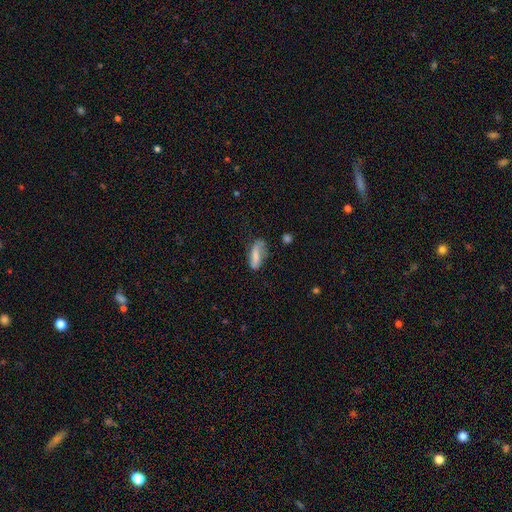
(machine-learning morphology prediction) A smooth galaxy with no disk features (65%) that is in between round and cigar-shaped (74%). Merging: none (49%).